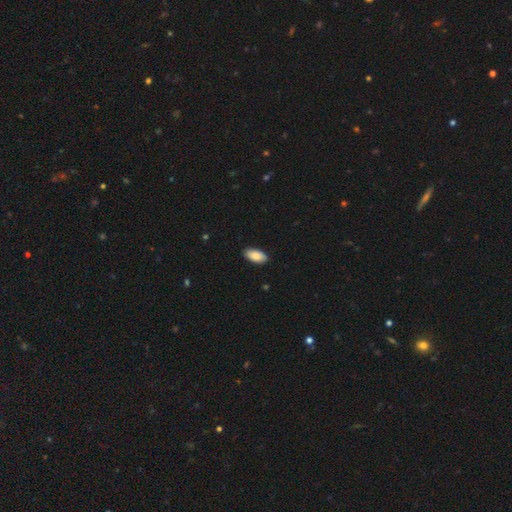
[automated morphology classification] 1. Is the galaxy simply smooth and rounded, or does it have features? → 88% smooth, 6% star or artifact, 6% featured or disk.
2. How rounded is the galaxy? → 94% in between, 4% cigar-shaped, 2% round.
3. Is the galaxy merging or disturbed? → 89% none, 9% minor disturbance, 2% major disturbance, 1% merger.